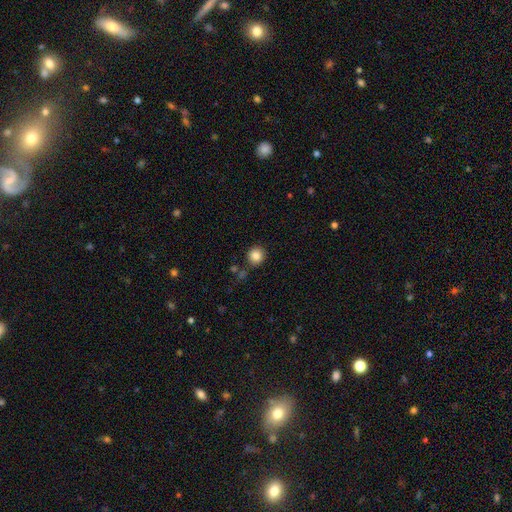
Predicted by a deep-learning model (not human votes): This appears to be a smooth galaxy with no disk features (85%) that is round (90%). Merging: none (85%).